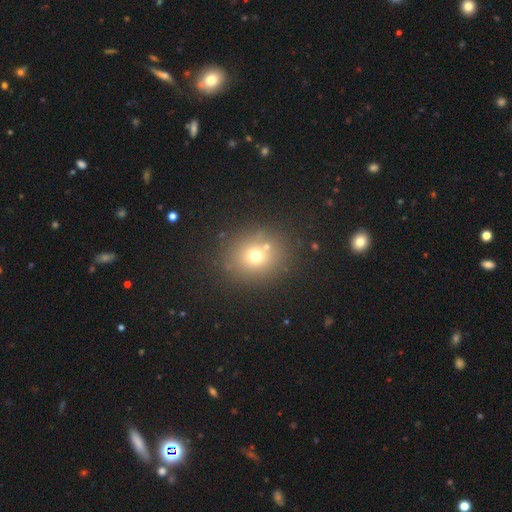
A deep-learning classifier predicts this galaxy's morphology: Overall: smooth (66%). How rounded: round (78%). Merging: none (76%).